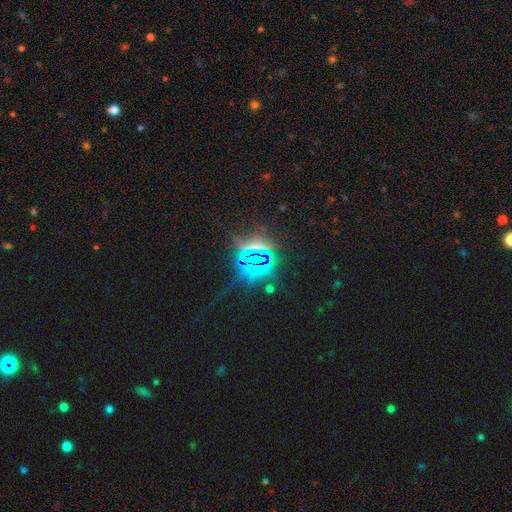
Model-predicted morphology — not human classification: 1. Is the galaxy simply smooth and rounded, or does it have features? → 82% star or artifact, 10% smooth, 9% featured or disk.